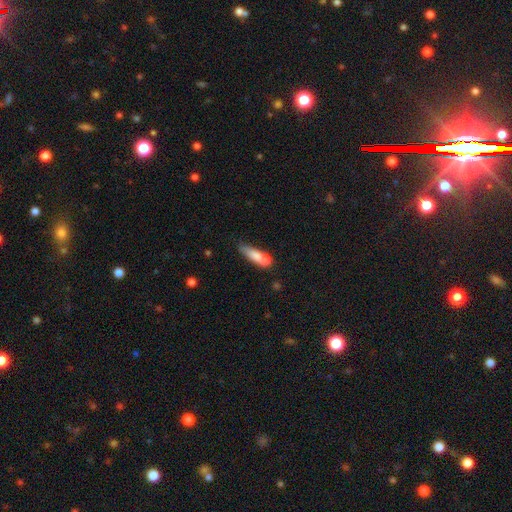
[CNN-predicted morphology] Smooth or featured?
  - smooth: 71% *
  - featured or disk: 21%
  - star or artifact: 7%
How rounded?
  - cigar-shaped: 66% *
  - in between: 31%
  - round: 3%
Merging?
  - none: 44% *
  - merger: 30%
  - minor disturbance: 19%
  - major disturbance: 7%